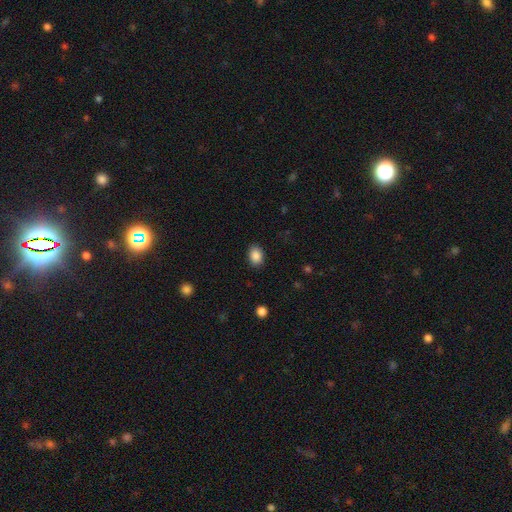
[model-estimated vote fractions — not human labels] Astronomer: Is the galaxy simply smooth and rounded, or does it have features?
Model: smooth — 88%.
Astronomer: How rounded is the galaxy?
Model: in between — 74%.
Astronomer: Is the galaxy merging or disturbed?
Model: none — 87%.